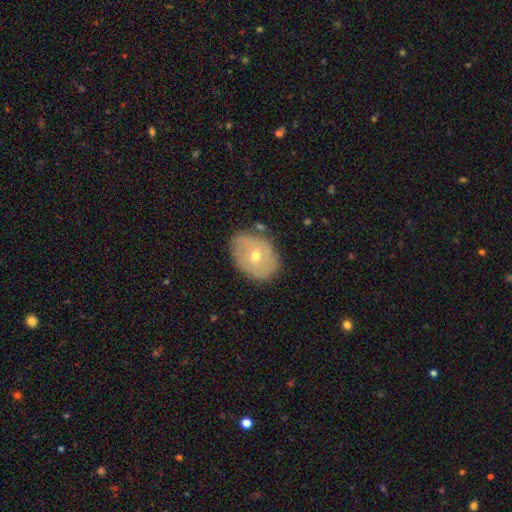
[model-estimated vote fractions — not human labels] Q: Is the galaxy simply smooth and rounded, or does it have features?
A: featured or disk — 49%.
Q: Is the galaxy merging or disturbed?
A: none — 75%.